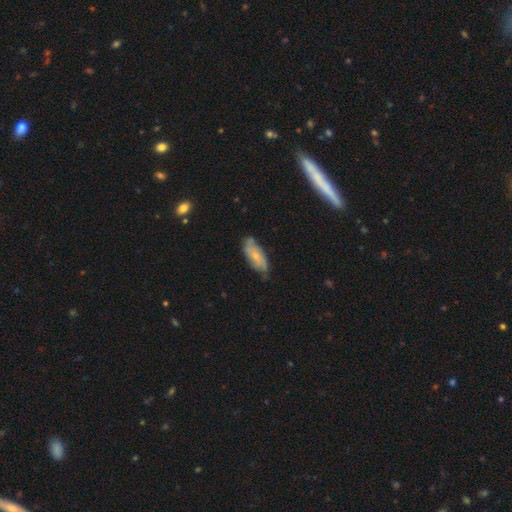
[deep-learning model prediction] The model was most divided on "smooth or featured": smooth: 54%, featured or disk: 40%, star or artifact: 7%. More confident: how rounded — in between (77%); merging — none (65%).